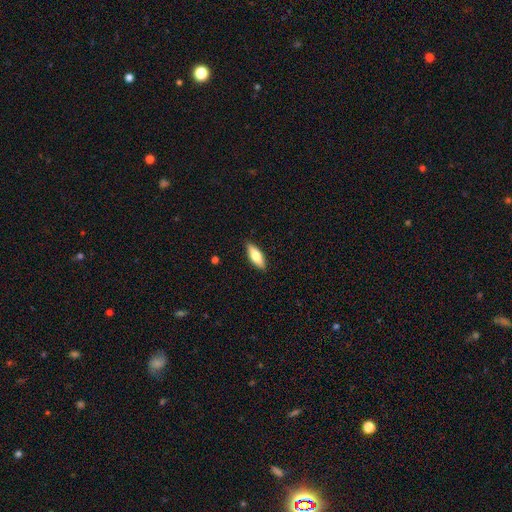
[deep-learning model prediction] Smooth or featured? Predicted: smooth (p=0.72). How rounded? Predicted: in between (p=0.66). Merging? Predicted: none (p=0.88).